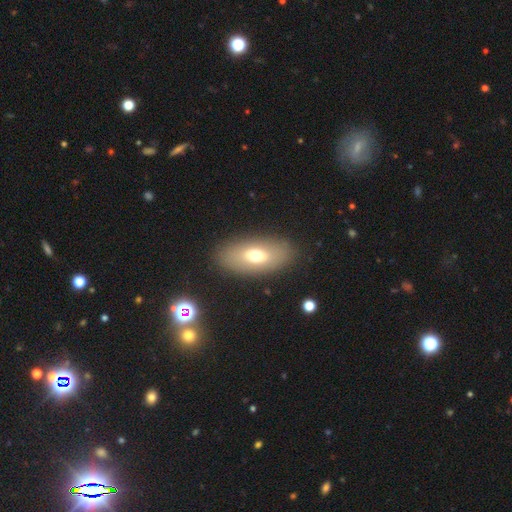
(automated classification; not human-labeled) This is likely a smooth galaxy (65%). How rounded: clearly in between (89%). Merging: clearly none (86%).